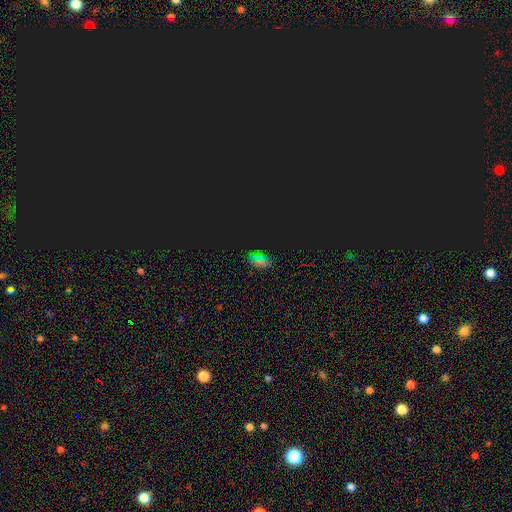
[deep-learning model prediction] Smooth or featured? star or artifact (56%)